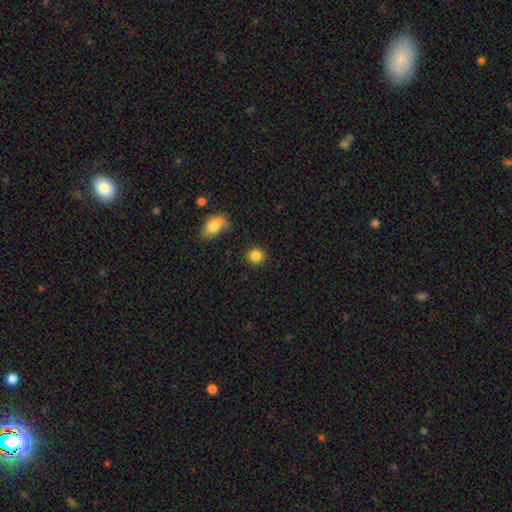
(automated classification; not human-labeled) A smooth galaxy with no disk features (86%) that is round (85%). Merging: none (87%).